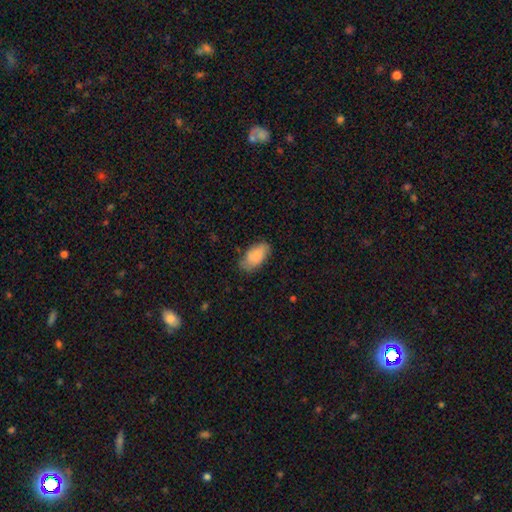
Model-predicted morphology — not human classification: type=smooth (82%); roundness=in between (94%); merging=none (72%).